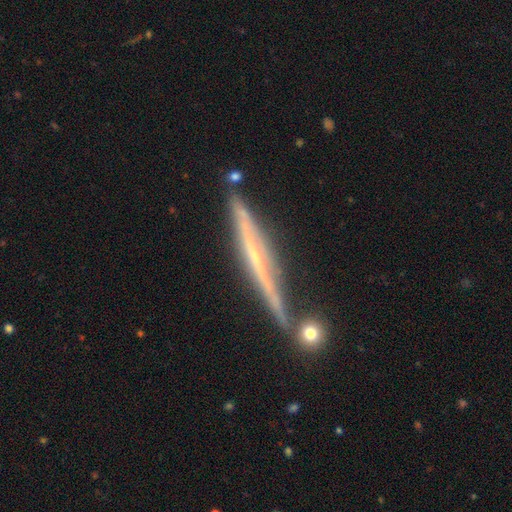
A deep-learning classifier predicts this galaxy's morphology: smooth_or_featured: featured or disk (p=0.81) [alt: smooth p=0.12]
disk_edge_on: yes (p=0.96) [alt: no p=0.04]
edge_on_bulge: none (p=0.50) [alt: rounded p=0.42]
merging: none (p=0.75) [alt: minor disturbance p=0.12]